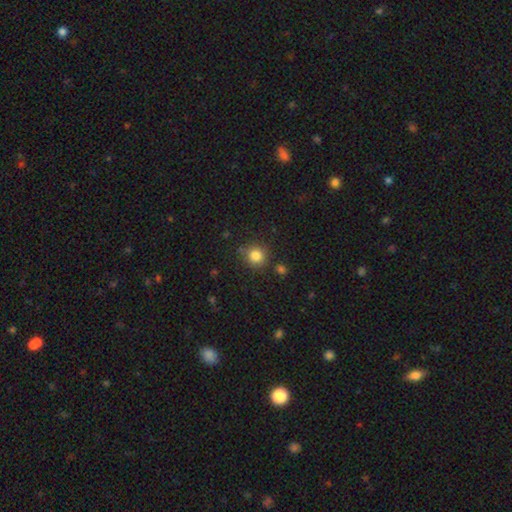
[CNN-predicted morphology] A smooth galaxy with no disk features (83%) that is round (90%). Merging: none (80%).